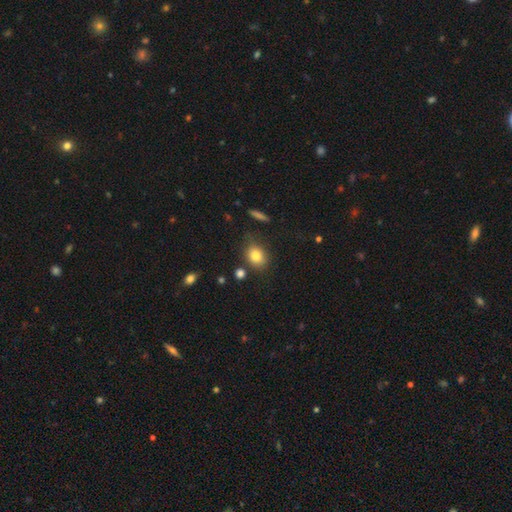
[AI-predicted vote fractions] The model was most divided on "how rounded": in between: 55%, round: 43%, cigar-shaped: 1%. More confident: smooth or featured — smooth (82%); merging — none (77%).